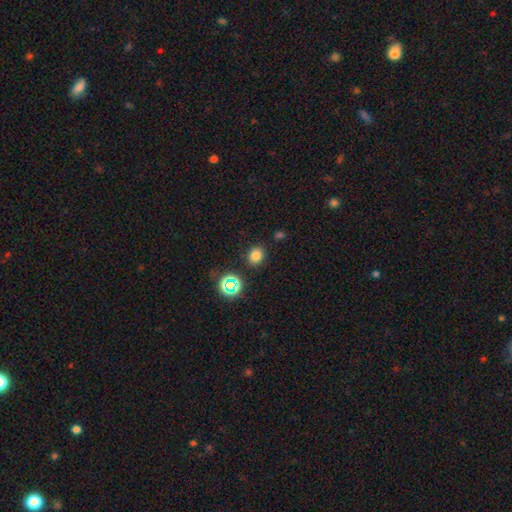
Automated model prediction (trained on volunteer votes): Q: Smooth or featured?
A: smooth (76%); runner-up: star or artifact (18%)
Q: How rounded?
A: round (61%); runner-up: in between (38%)
Q: Merging?
A: none (85%); runner-up: minor disturbance (9%)